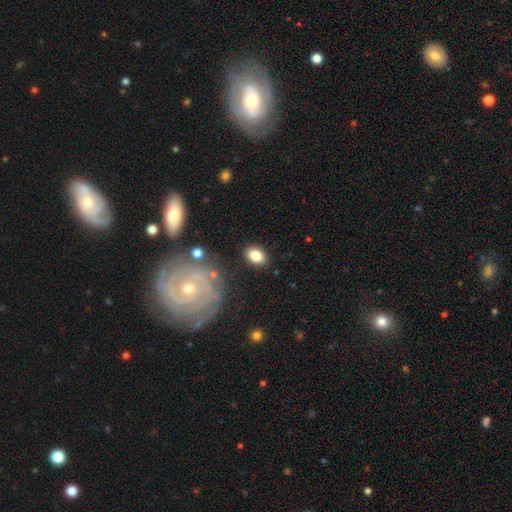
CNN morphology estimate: type=smooth (82%); roundness=in between (79%); merging=none (83%).